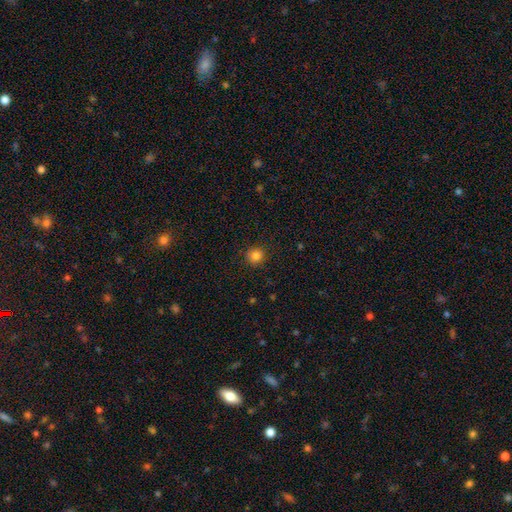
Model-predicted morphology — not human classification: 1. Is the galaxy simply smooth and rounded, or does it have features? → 84% smooth, 12% star or artifact, 5% featured or disk.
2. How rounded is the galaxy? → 89% round, 10% in between, 1% cigar-shaped.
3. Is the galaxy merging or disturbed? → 90% none, 6% minor disturbance, 2% major disturbance, 1% merger.